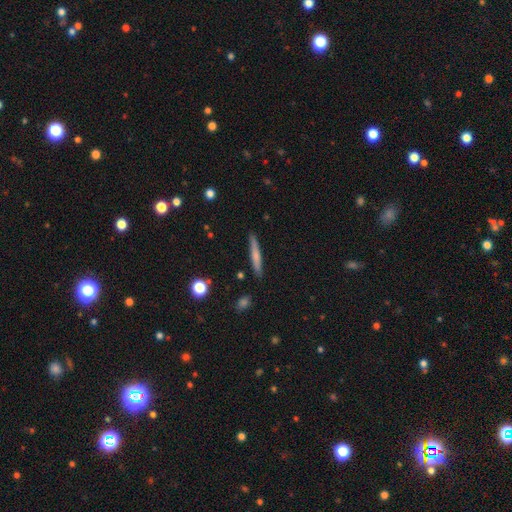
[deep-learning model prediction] Morphology: type=smooth (63%); roundness=cigar-shaped (94%); merging=none (88%).